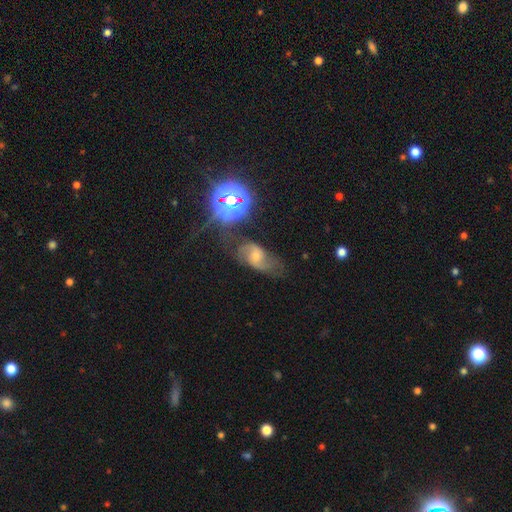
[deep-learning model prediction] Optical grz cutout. It shows a featured or disk galaxy (64%) with a weak bar (44%, tied with no), 2 (80%) medium (44%) spiral arms (91%) and a small central bulge (49%). Merging: none (59%).